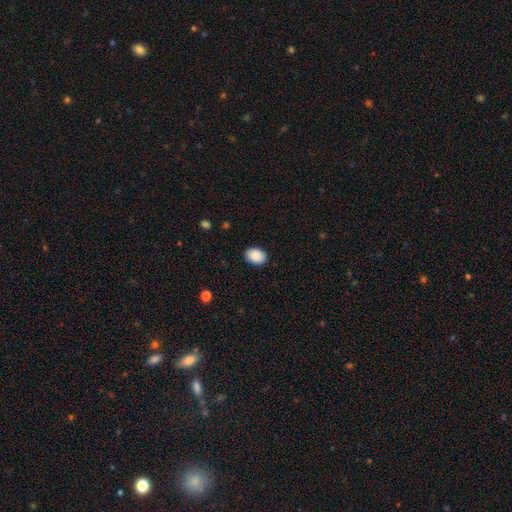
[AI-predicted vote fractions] A smooth galaxy with no disk features (90%) that is in between round and cigar-shaped (77%).

Vote fractions:
- Smooth or featured? smooth: 90% / star or artifact: 7% / featured or disk: 4%
- How rounded? in between: 77% / round: 22% / cigar-shaped: 1%
- Merging? none: 89% / minor disturbance: 8% / major disturbance: 2% / merger: 1%